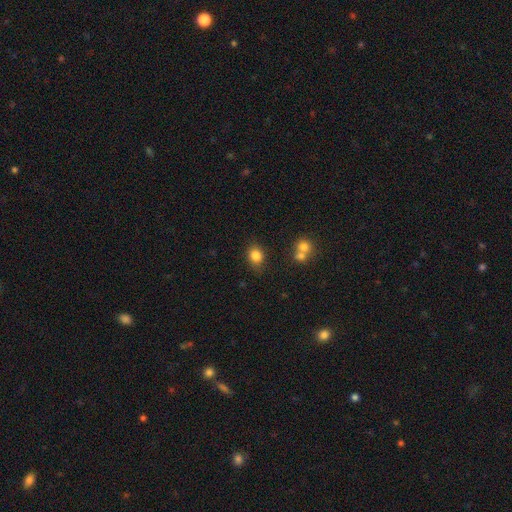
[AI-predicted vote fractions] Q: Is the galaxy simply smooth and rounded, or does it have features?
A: smooth — 83%.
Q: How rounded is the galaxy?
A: round — 59%.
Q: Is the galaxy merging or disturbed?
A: none — 76%.